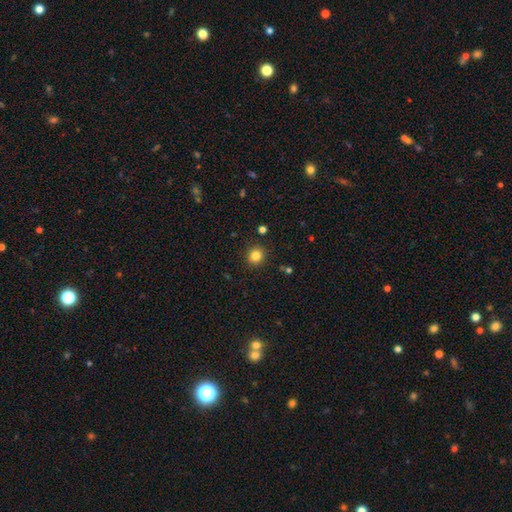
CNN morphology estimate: Overall: smooth (83%). How rounded: round (91%). Merging: none (90%).